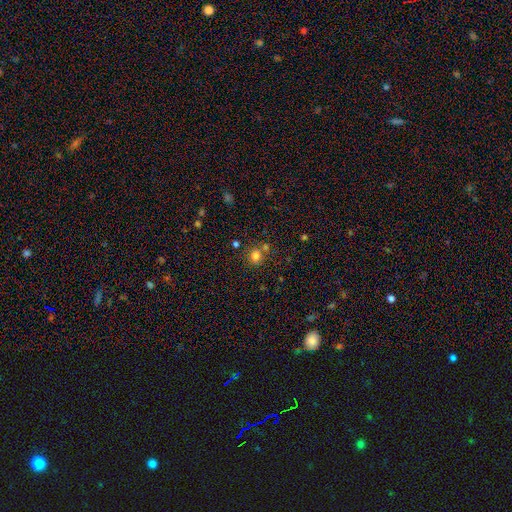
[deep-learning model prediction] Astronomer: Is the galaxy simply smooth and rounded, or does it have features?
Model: smooth — 78%.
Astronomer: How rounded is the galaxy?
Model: round — 73%.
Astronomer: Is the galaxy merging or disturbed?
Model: none — 66%.